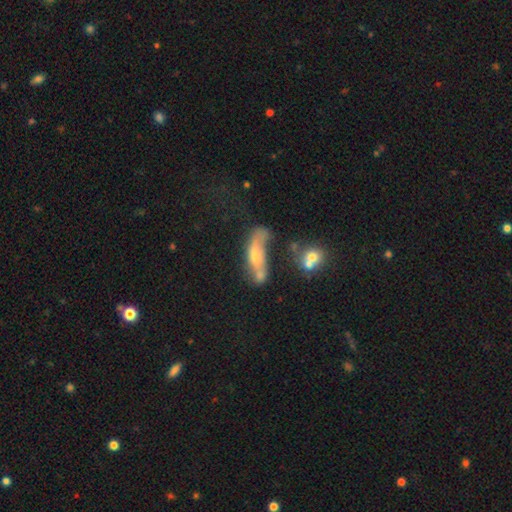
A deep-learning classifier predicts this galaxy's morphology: The model was most divided on "smooth or featured": smooth: 45%, featured or disk: 44%, star or artifact: 11%. Remaining: merging — merger (36%).